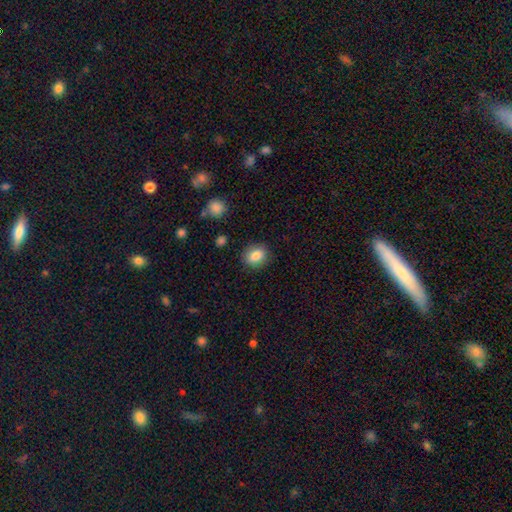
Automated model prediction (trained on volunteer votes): Smooth or featured? Predicted: smooth (p=0.85). How rounded? Predicted: round (p=0.51). Merging? Predicted: none (p=0.87).